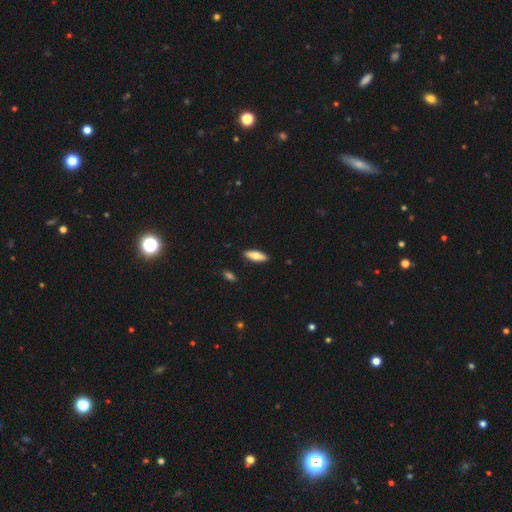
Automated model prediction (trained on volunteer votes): smooth_or_featured: smooth (p=0.75) [alt: featured or disk p=0.19]
how_rounded: in between (p=0.63) [alt: cigar-shaped p=0.35]
merging: none (p=0.89) [alt: minor disturbance p=0.08]